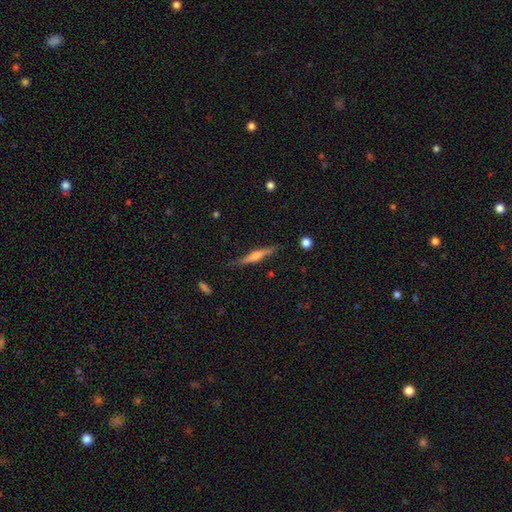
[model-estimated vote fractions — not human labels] This appears to be a featured or disk galaxy (61%) viewed edge-on (96%) with a rounded central bulge (55%). Merging: none (80%).